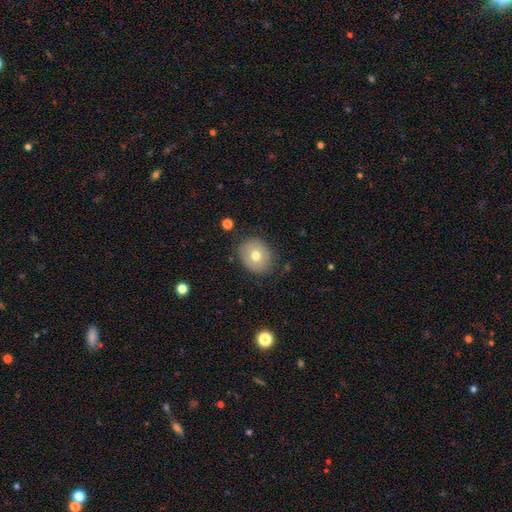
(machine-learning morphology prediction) This appears to be a smooth galaxy with no disk features (70%) that is round (68%). Merging: none (82%).